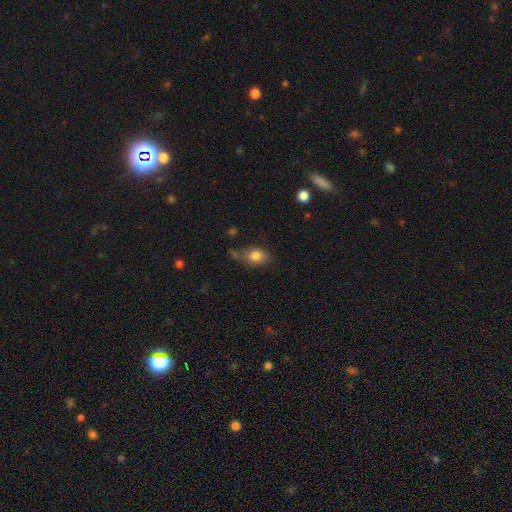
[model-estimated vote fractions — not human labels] Smooth or featured? Predicted: smooth (p=0.80). How rounded? Predicted: in between (p=0.71). Merging? Predicted: none (p=0.58).